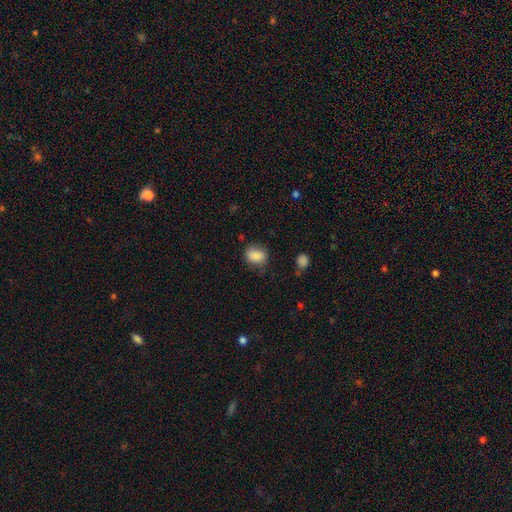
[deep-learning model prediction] Q: Smooth or featured?
A: smooth (85%); runner-up: star or artifact (9%)
Q: How rounded?
A: in between (55%); runner-up: round (44%)
Q: Merging?
A: none (69%); runner-up: minor disturbance (23%)